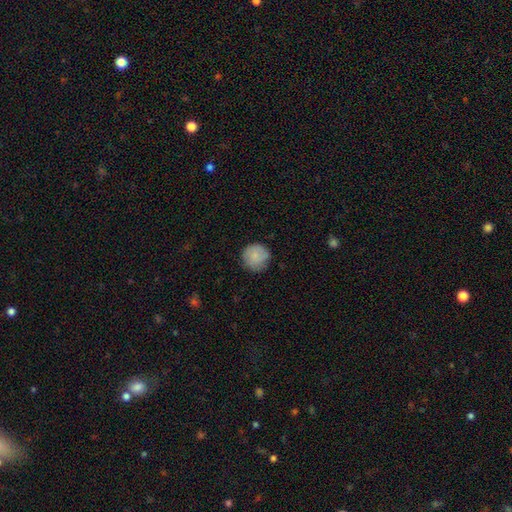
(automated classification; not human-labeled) Smooth or featured? Predicted: smooth (p=0.82). How rounded? Predicted: round (p=0.93). Merging? Predicted: none (p=0.78).